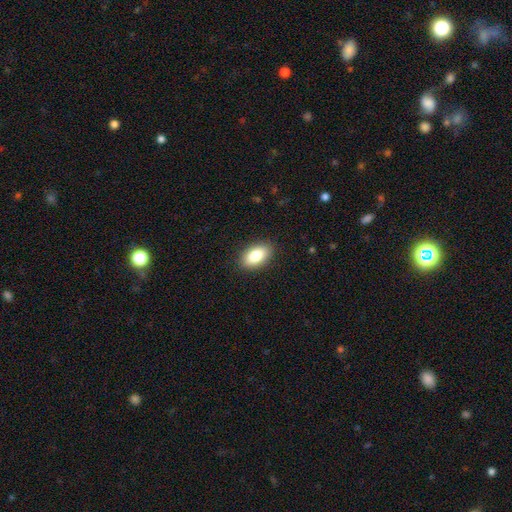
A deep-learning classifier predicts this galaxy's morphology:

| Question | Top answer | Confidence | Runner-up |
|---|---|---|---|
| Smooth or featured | smooth | 85% | featured or disk (8%) |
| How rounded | in between | 92% | round (5%) |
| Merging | none | 88% | minor disturbance (9%) |